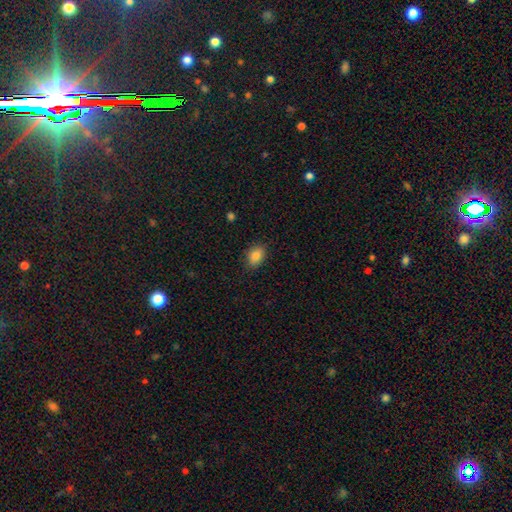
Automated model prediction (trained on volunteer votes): Morphology: type=smooth (86%); roundness=in between (78%); merging=none (85%).